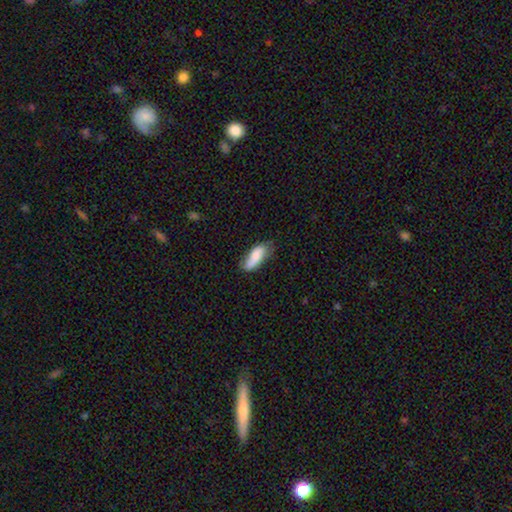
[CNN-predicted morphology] Smooth or featured? Predicted: smooth (p=0.75). How rounded? Predicted: in between (p=0.73). Merging? Predicted: none (p=0.58).